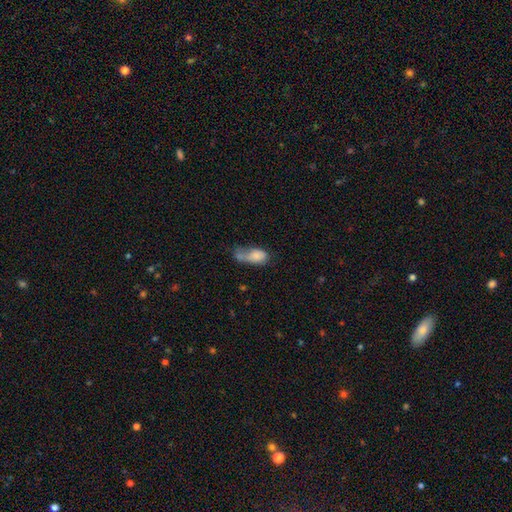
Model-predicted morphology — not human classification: smooth-or-featured: smooth: 75% | featured or disk: 17% | star or artifact: 9%
  how-rounded: in between: 84% | round: 8% | cigar-shaped: 8%
  merging: merger: 29% | major disturbance: 27% | none: 22% | minor disturbance: 22%